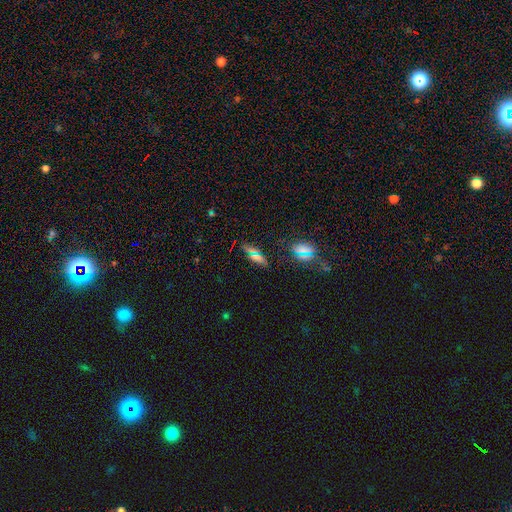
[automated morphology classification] Overall: smooth (59%; star or artifact 28%). How rounded: in between (59%; cigar-shaped 35%). Merging: none (81%).